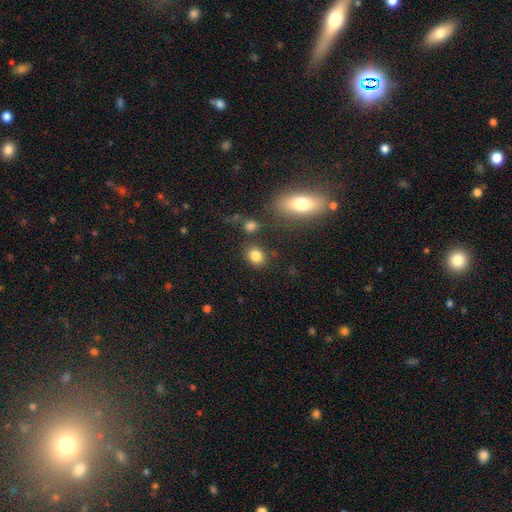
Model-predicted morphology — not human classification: Smooth or featured?
  - smooth: 83% *
  - star or artifact: 11%
  - featured or disk: 6%
How rounded?
  - round: 53% *
  - in between: 46%
  - cigar-shaped: 1%
Merging?
  - none: 79% *
  - minor disturbance: 10%
  - merger: 7%
  - major disturbance: 4%